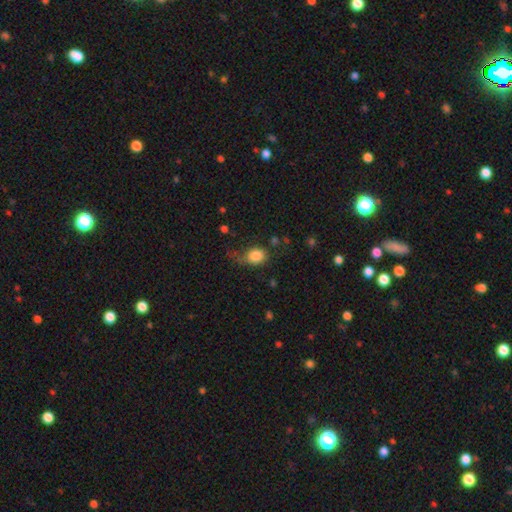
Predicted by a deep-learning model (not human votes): smooth 83%, star or artifact 10%, featured or disk 7%. Down the decision tree: how rounded — round (55%); merging — none (50%).